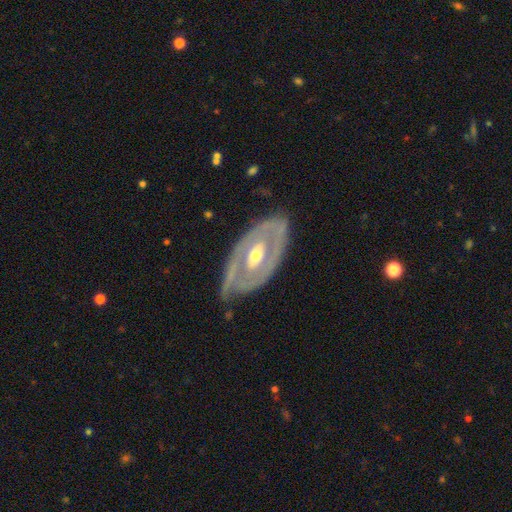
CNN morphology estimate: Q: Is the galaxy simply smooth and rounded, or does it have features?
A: featured or disk — 78%.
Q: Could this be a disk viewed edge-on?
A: no — 91%.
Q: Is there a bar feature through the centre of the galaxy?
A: no — 51%.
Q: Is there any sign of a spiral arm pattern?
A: no — 53%.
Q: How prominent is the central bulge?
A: moderate — 66%.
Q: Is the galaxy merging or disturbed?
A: none — 67%.